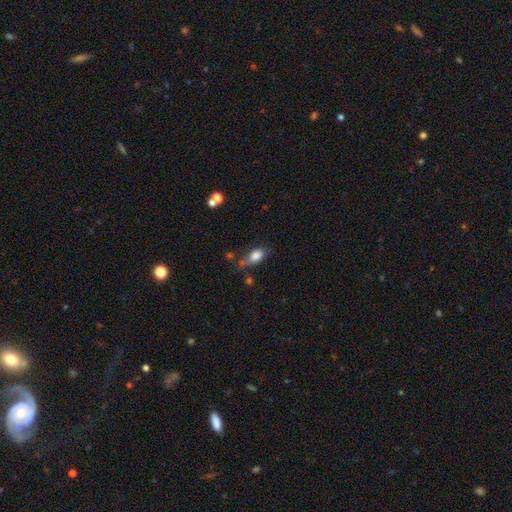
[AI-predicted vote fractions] Smooth or featured? smooth (80%)
How rounded? in between (85%)
Merging? none (46%)